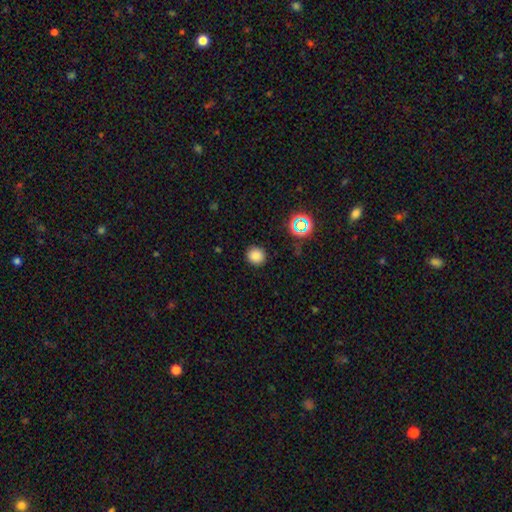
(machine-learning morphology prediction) Smooth or featured: smooth — 80% (star or artifact — 15%)
How rounded: round — 88% (in between — 11%)
Merging: none — 90% (minor disturbance — 7%)